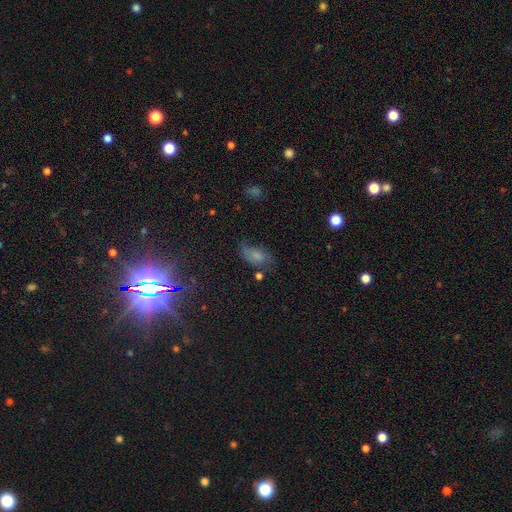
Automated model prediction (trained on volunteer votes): A smooth galaxy with no disk features (52%) that is in between round and cigar-shaped (88%). Merging: none (46%).